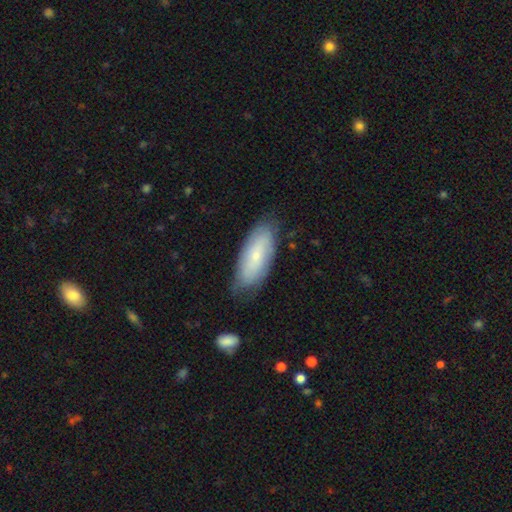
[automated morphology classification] smooth_or_featured: smooth (p=0.62) [alt: featured or disk p=0.32]
how_rounded: in between (p=0.79) [alt: cigar-shaped p=0.19]
merging: none (p=0.75) [alt: minor disturbance p=0.20]